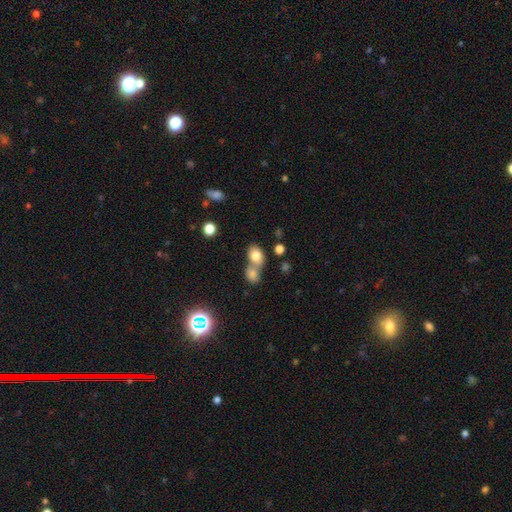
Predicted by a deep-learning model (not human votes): smooth 79%, featured or disk 11%, star or artifact 10%. Down the decision tree: how rounded — in between (63%); merging — merger (55%).